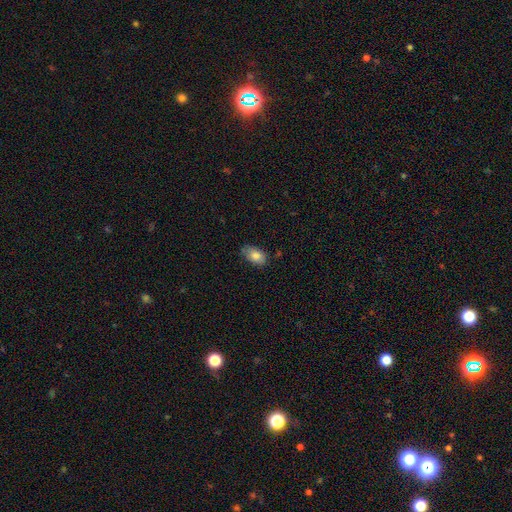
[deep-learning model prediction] Overall: smooth (82%). How rounded: in between (91%). Merging: none (73%).